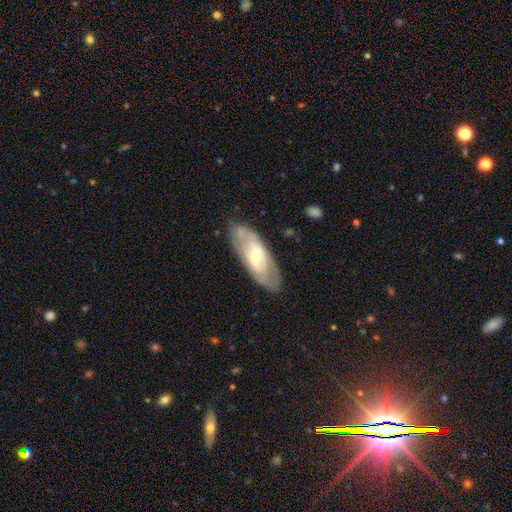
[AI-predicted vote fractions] The model was most divided on "bulge size": small: 47%, moderate: 46%, large: 4%, none: 2%, dominant: 1%. Remaining: edge-on disk — no (84%); merging — none (77%); smooth or featured — featured or disk (66%); spiral arms — yes (58%); bar — weak (44%).